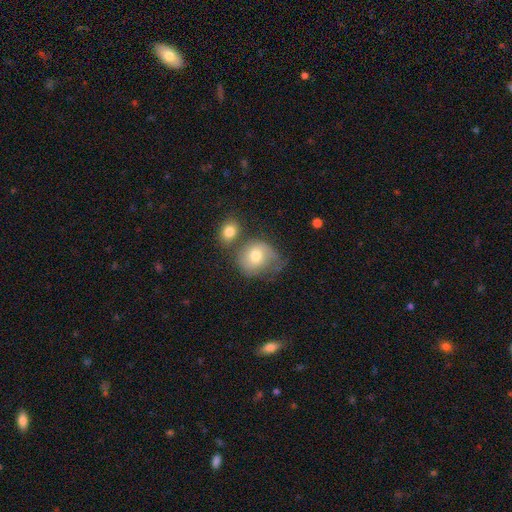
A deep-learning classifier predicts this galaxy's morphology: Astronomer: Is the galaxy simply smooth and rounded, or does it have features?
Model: smooth — 64%.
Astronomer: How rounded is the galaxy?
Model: round — 67%.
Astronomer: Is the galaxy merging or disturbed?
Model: none — 35% (runner-up: merger, 24%).